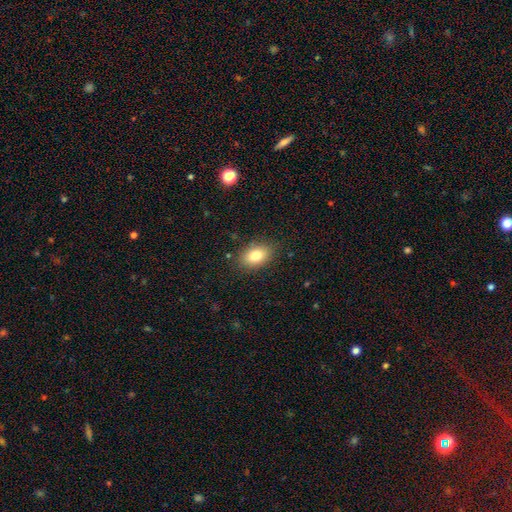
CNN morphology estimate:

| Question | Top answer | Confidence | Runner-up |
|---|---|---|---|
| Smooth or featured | smooth | 80% | featured or disk (11%) |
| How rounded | in between | 86% | round (12%) |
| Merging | none | 85% | minor disturbance (11%) |